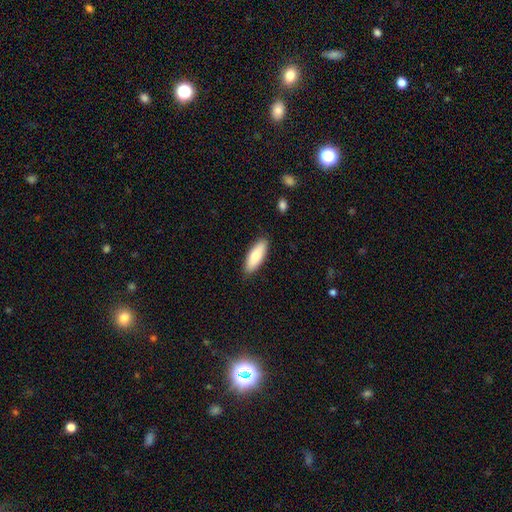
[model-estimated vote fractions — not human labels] Smooth or featured? Predicted: smooth (p=0.77). How rounded? Predicted: in between (p=0.61). Merging? Predicted: none (p=0.88).